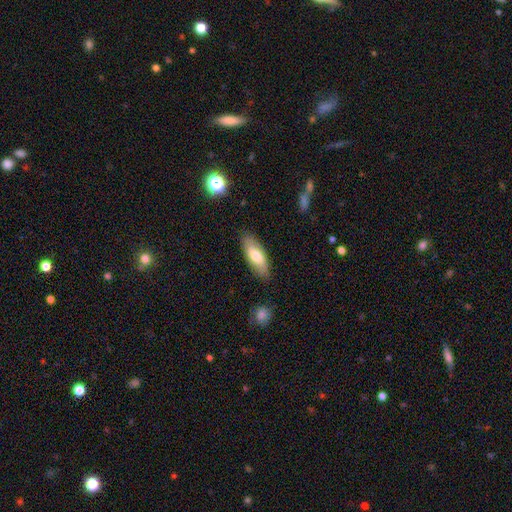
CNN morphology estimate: smooth-or-featured: smooth: 70% | featured or disk: 24% | star or artifact: 6%
  how-rounded: in between: 69% | cigar-shaped: 29% | round: 2%
  merging: none: 85% | minor disturbance: 12% | major disturbance: 2% | merger: 2%